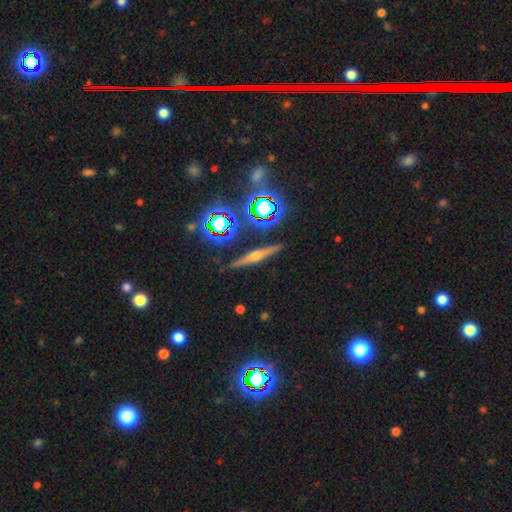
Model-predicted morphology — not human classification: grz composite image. It shows a featured or disk galaxy (60%) viewed edge-on (95%) with a rounded central bulge (89%). Merging: none (88%).